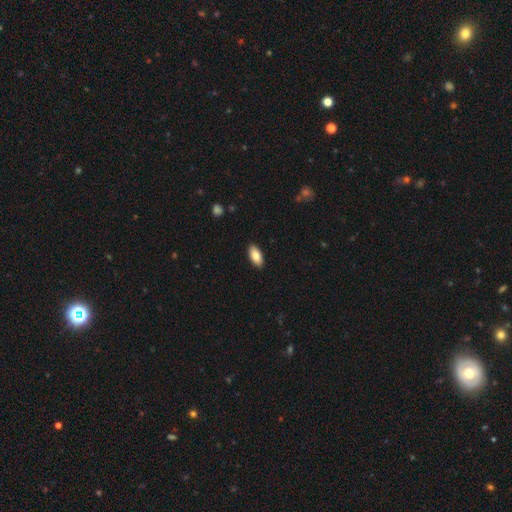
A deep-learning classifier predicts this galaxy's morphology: This is clearly a smooth galaxy (83%). How rounded: clearly in between (91%). Merging: clearly none (90%).